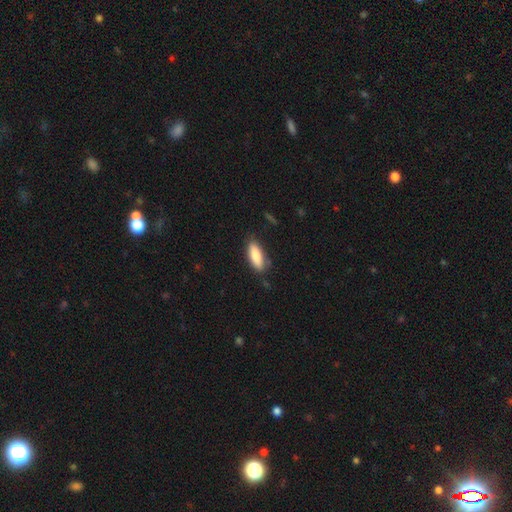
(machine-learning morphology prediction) Smooth or featured? smooth (83%)
How rounded? in between (66%)
Merging? none (78%)